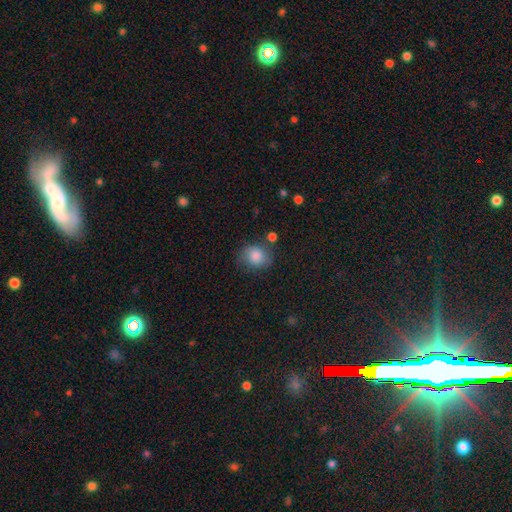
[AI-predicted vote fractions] smooth-or-featured: smooth: 78% | featured or disk: 13% | star or artifact: 9%
  how-rounded: round: 68% | in between: 31% | cigar-shaped: 1%
  merging: none: 64% | minor disturbance: 23% | major disturbance: 8% | merger: 4%